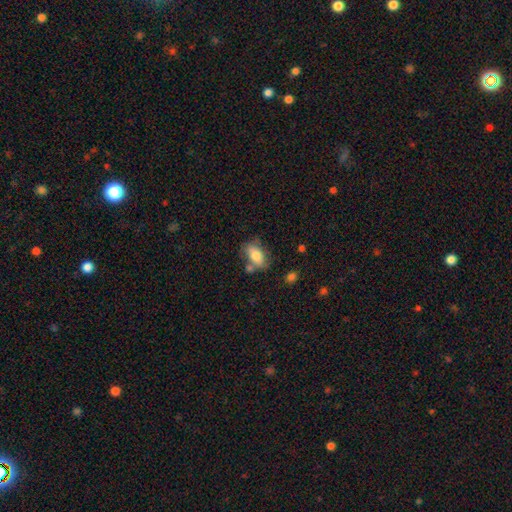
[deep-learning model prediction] Overall: smooth (77%). How rounded: in between (88%). Merging: none (59%; minor disturbance 20%).